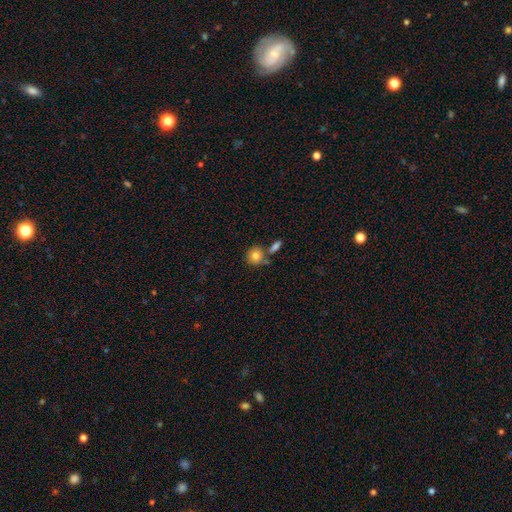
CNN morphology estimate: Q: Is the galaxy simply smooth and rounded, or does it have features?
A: smooth — 82%.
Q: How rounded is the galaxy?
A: round — 87%.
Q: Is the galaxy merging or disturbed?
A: none — 64%.